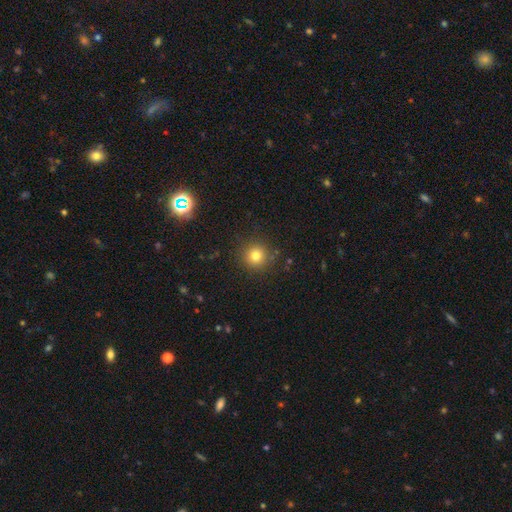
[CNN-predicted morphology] A smooth galaxy with no disk features (79%) that is round (94%). Merging: none (88%).